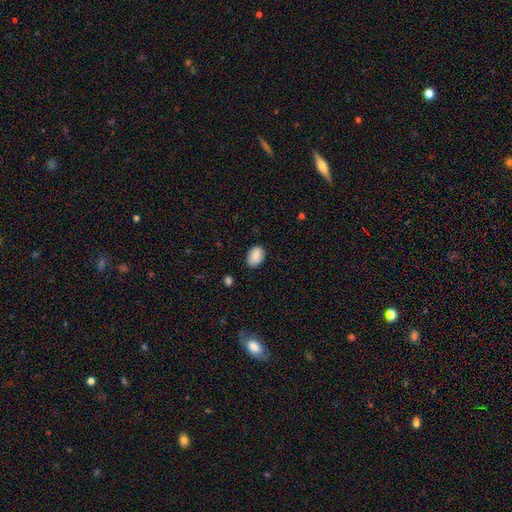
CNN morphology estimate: Q: Smooth or featured?
A: smooth (82%); runner-up: featured or disk (10%)
Q: How rounded?
A: in between (86%); runner-up: round (12%)
Q: Merging?
A: none (81%); runner-up: minor disturbance (15%)